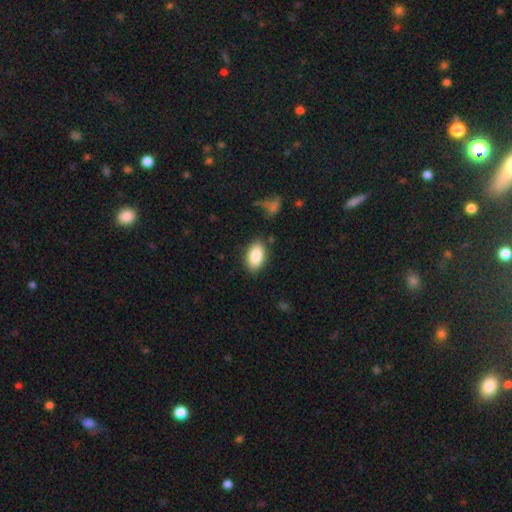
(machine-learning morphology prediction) A smooth galaxy with no disk features (87%) that is in between round and cigar-shaped (93%). Merging: none (84%).